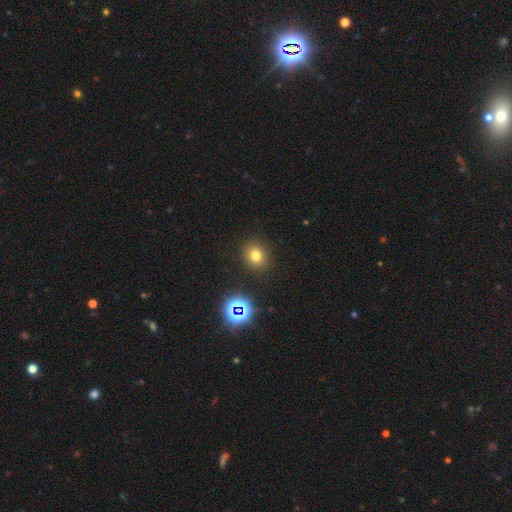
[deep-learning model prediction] The model was most divided on "how rounded": round: 75%, in between: 25%, cigar-shaped: 1%. More confident: merging — none (88%); smooth or featured — smooth (74%).